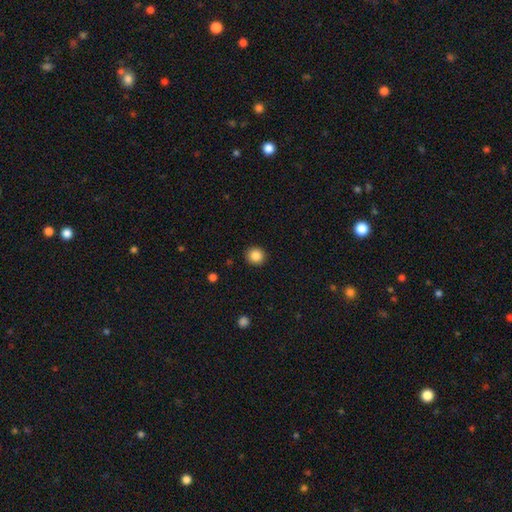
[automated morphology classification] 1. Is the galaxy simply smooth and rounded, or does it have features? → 86% smooth, 10% star or artifact, 4% featured or disk.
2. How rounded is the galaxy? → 92% round, 8% in between, 1% cigar-shaped.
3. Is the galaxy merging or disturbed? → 92% none, 5% minor disturbance, 2% major disturbance, 1% merger.